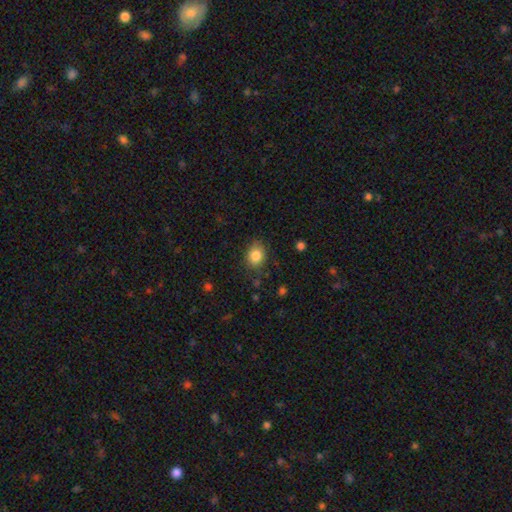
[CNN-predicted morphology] Q: Smooth or featured?
A: smooth (85%); runner-up: star or artifact (9%)
Q: How rounded?
A: in between (54%); runner-up: round (45%)
Q: Merging?
A: none (81%); runner-up: minor disturbance (14%)